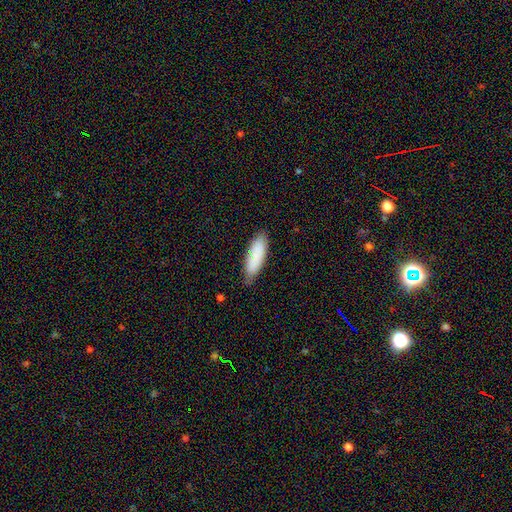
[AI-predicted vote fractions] Overall: smooth (83%). How rounded: in between (61%; cigar-shaped 37%). Merging: none (77%).